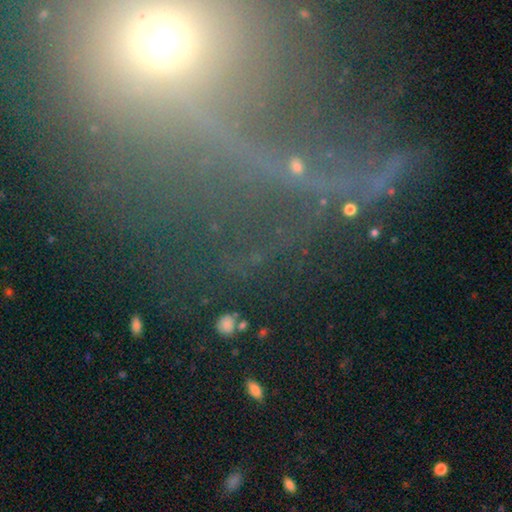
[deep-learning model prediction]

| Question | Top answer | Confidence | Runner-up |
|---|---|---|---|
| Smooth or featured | star or artifact | 49% | featured or disk (34%) |